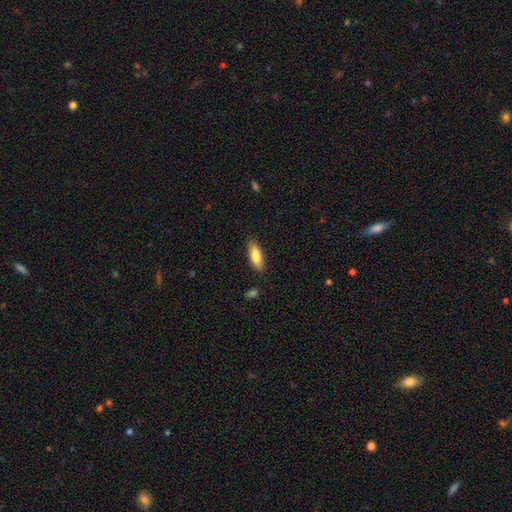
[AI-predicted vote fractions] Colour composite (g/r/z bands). It shows a smooth galaxy with no disk features (83%) that is in between round and cigar-shaped (64%). Merging: none (84%).